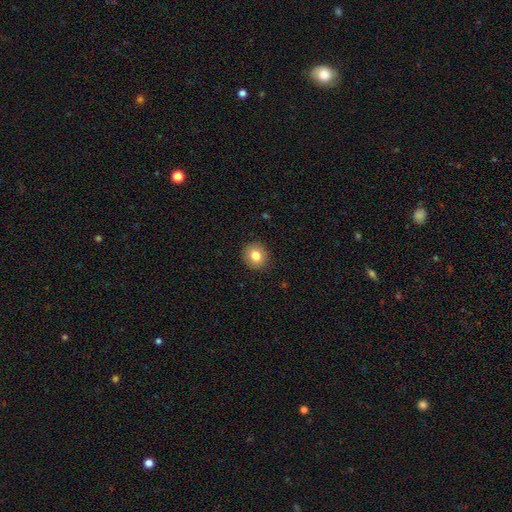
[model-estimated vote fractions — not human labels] smooth 81%, star or artifact 10%, featured or disk 9%. Down the decision tree: how rounded — round (81%); merging — none (90%).